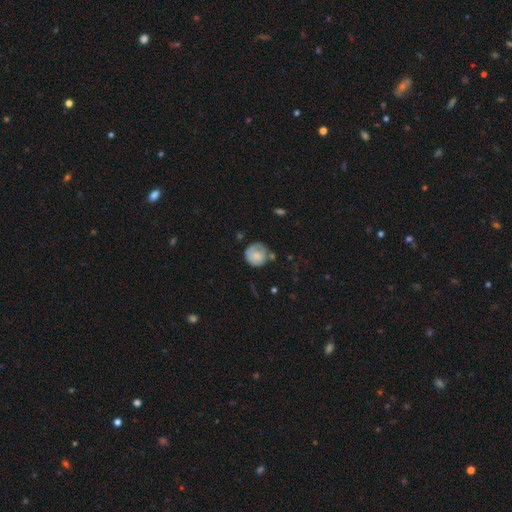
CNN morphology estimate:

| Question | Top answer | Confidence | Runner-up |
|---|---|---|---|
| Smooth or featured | smooth | 69% | featured or disk (23%) |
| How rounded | round | 88% | in between (11%) |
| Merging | none | 55% | minor disturbance (28%) |